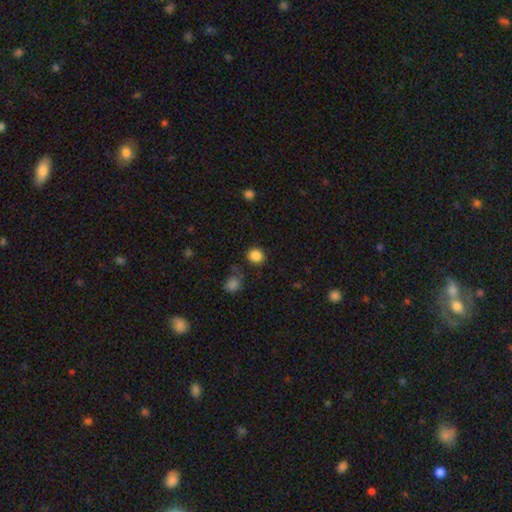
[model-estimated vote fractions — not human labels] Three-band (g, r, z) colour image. It shows a smooth galaxy with no disk features (86%) that is round (79%). Merging: none (83%).